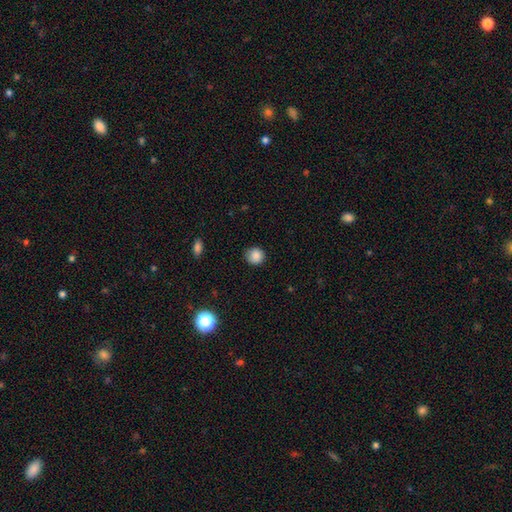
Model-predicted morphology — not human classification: Smooth or featured: smooth — 86% (star or artifact — 10%)
How rounded: round — 90% (in between — 9%)
Merging: none — 83% (minor disturbance — 13%)